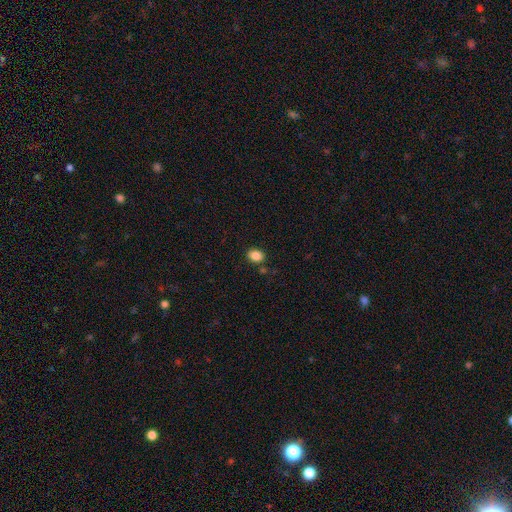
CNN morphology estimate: A smooth galaxy with no disk features (86%) that is in between round and cigar-shaped (59%). Merging: none (83%).